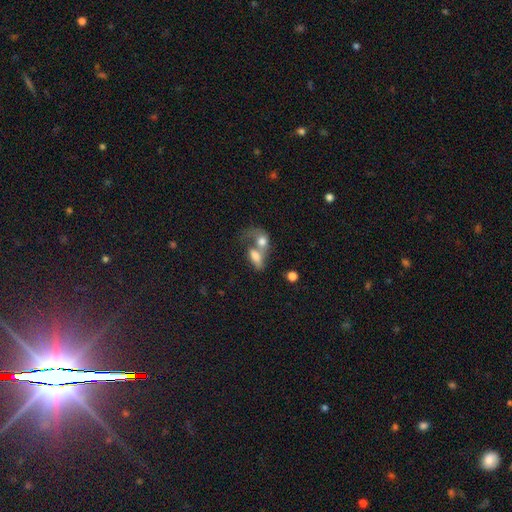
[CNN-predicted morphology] smooth_or_featured: smooth (p=0.67) [alt: featured or disk p=0.24]
how_rounded: in between (p=0.78) [alt: round p=0.15]
merging: merger (p=0.73) [alt: none p=0.11]